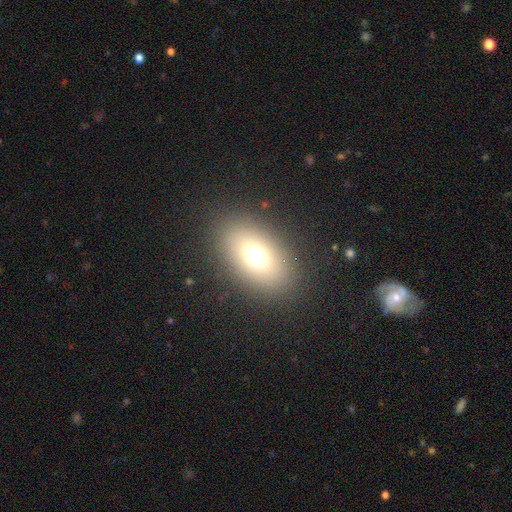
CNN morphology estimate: A smooth galaxy with no disk features (68%) that is in between round and cigar-shaped (79%).

Vote fractions:
- Smooth or featured? smooth: 68% / star or artifact: 17% / featured or disk: 16%
- How rounded? in between: 79% / round: 19% / cigar-shaped: 2%
- Merging? none: 85% / minor disturbance: 8% / major disturbance: 5% / merger: 1%